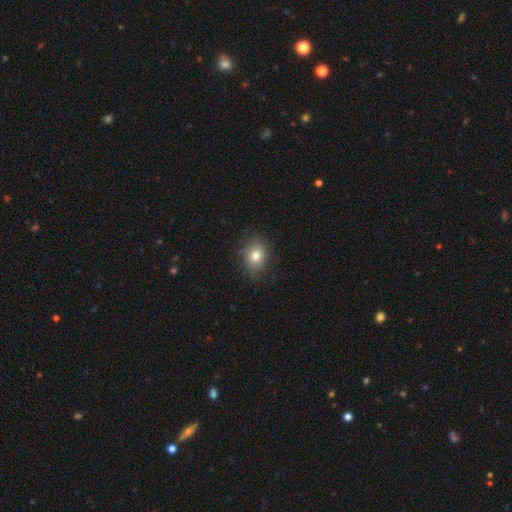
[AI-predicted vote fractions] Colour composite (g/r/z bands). It shows a smooth galaxy with no disk features (80%) that is in between round and cigar-shaped (55%). Merging: none (83%).